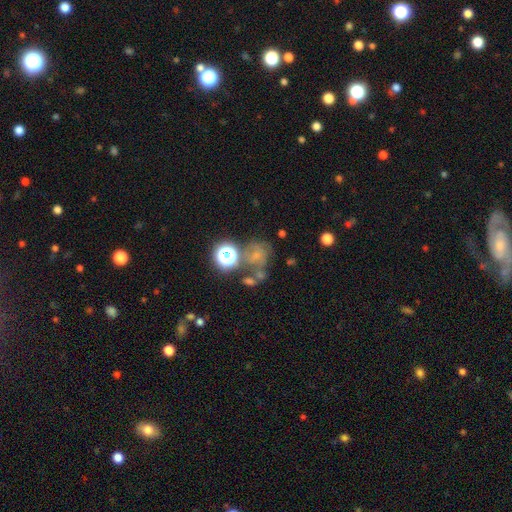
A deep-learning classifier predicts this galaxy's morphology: Q: Smooth or featured?
A: smooth (48%); runner-up: featured or disk (27%)
Q: Merging?
A: none (38%); runner-up: merger (25%)